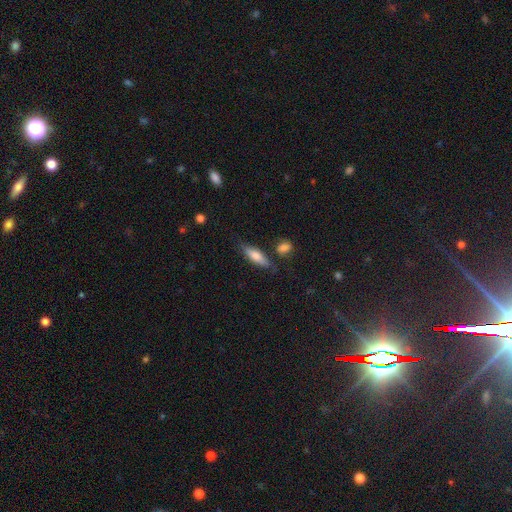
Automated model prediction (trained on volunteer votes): Smooth or featured?
  - smooth: 69% *
  - featured or disk: 25%
  - star or artifact: 6%
How rounded?
  - cigar-shaped: 50% *
  - in between: 47%
  - round: 3%
Merging?
  - none: 72% *
  - minor disturbance: 17%
  - merger: 6%
  - major disturbance: 4%